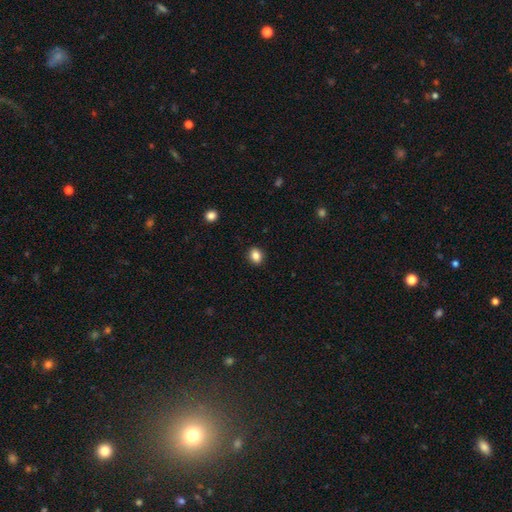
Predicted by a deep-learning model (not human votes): Morphology: type=smooth (85%); roundness=round (55%); merging=none (90%).